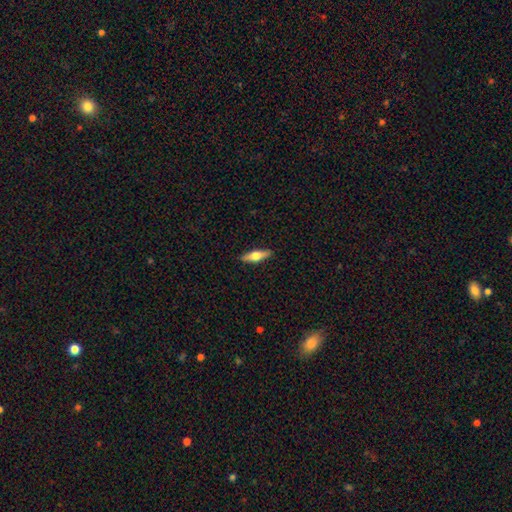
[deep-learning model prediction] Smooth or featured: smooth — 54% (featured or disk — 40%)
How rounded: cigar-shaped — 56% (in between — 42%)
Merging: none — 90% (minor disturbance — 8%)